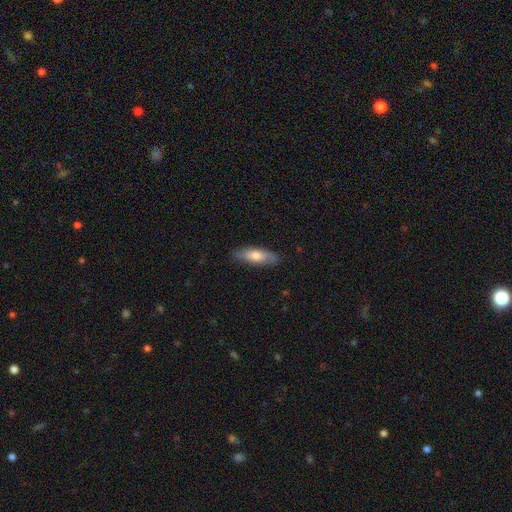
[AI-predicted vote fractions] The model was most divided on "how rounded": in between: 55%, cigar-shaped: 42%, round: 2%. More confident: merging — none (83%); smooth or featured — smooth (66%).